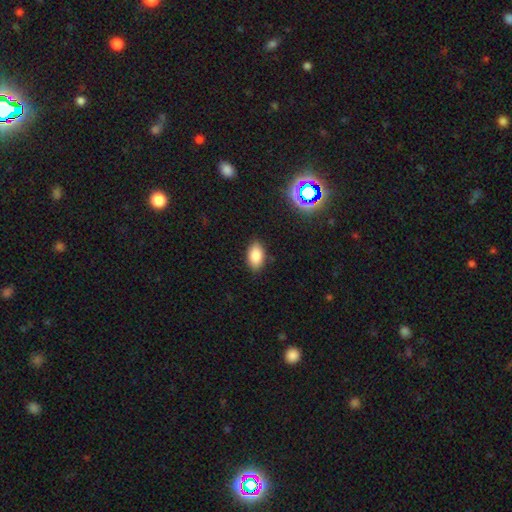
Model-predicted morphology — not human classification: type=smooth (83%); roundness=in between (92%); merging=none (85%).